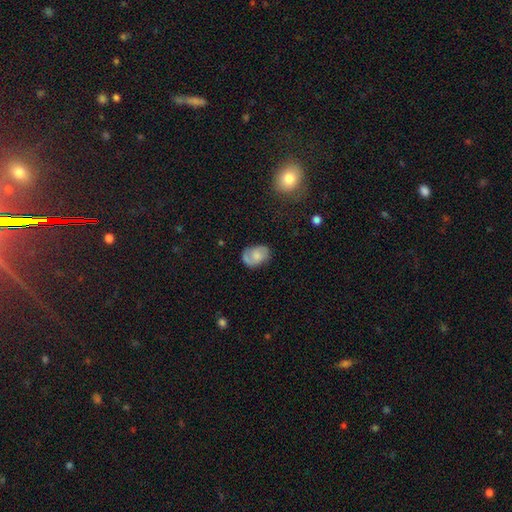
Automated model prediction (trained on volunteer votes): A smooth galaxy with no disk features (47%). Merging: none (65%).